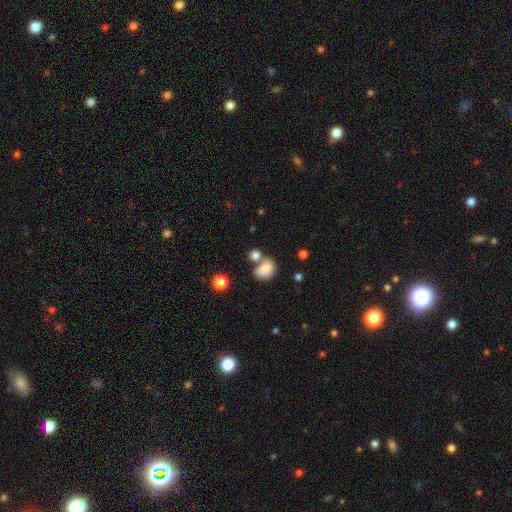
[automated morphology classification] type=smooth (80%); roundness=in between (50%); merging=merger (42%).